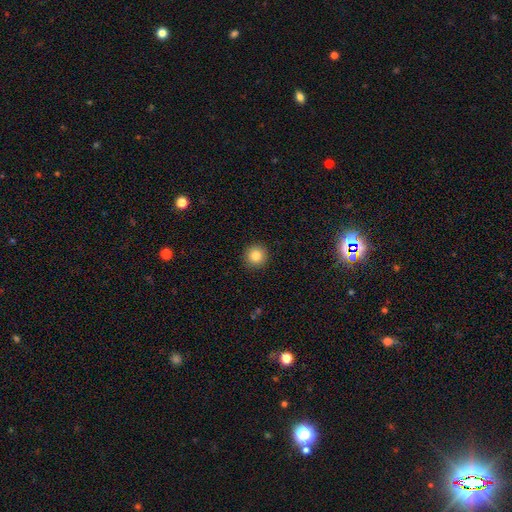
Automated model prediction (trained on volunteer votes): Morphology: type=smooth (84%); roundness=round (95%); merging=none (92%).